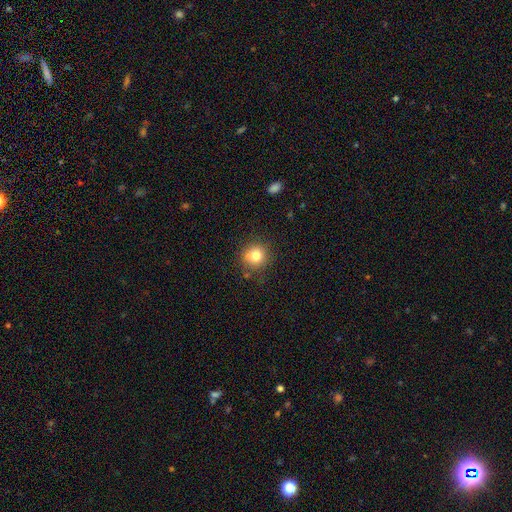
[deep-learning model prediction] This is likely a smooth galaxy (79%). How rounded: clearly round (90%). Merging: likely none (78%).